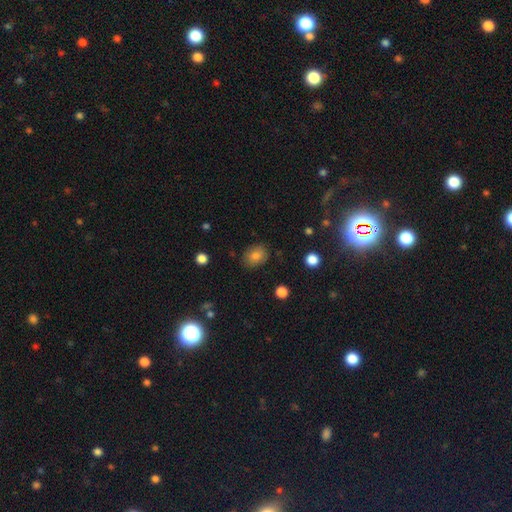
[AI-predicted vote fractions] Smooth or featured? smooth (81%)
How rounded? in between (52%)
Merging? none (83%)